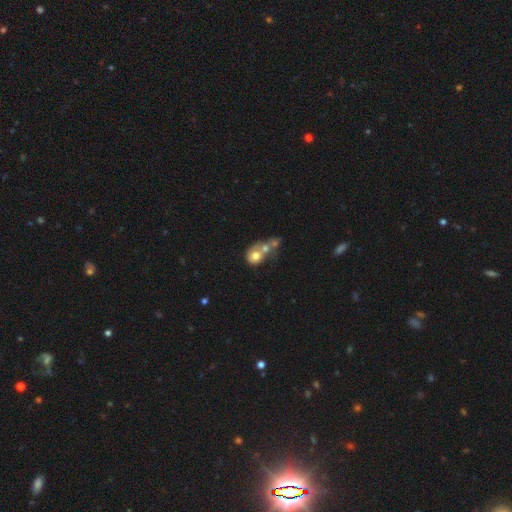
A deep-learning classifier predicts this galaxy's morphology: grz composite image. It shows a smooth galaxy with no disk features (64%) that is round (63%). Merging: merger (68%).